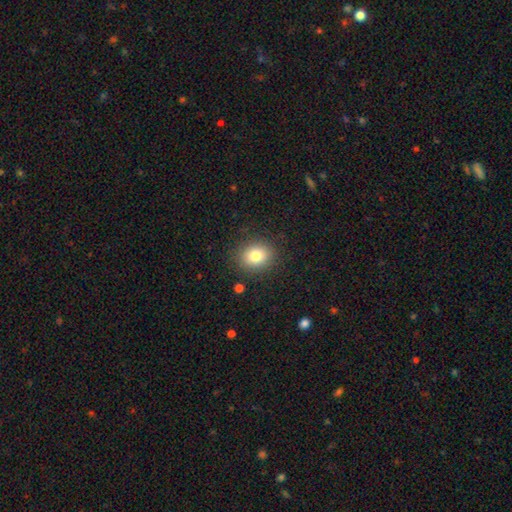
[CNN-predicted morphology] smooth 80%, star or artifact 11%, featured or disk 9%. Down the decision tree: how rounded — round (63%); merging — none (87%).